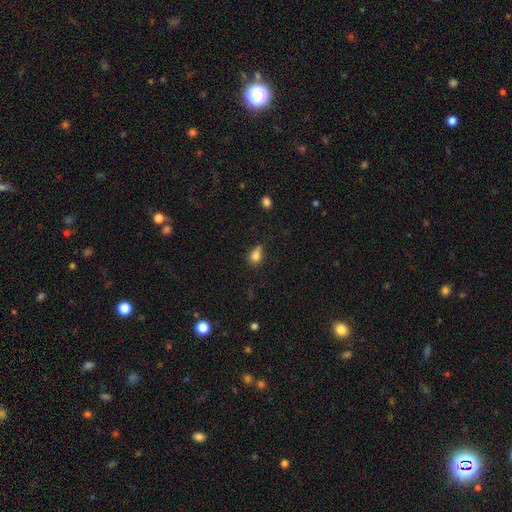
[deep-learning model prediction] Overall: smooth (82%). How rounded: in between (62%; round 35%). Merging: none (48%; minor disturbance 35%).